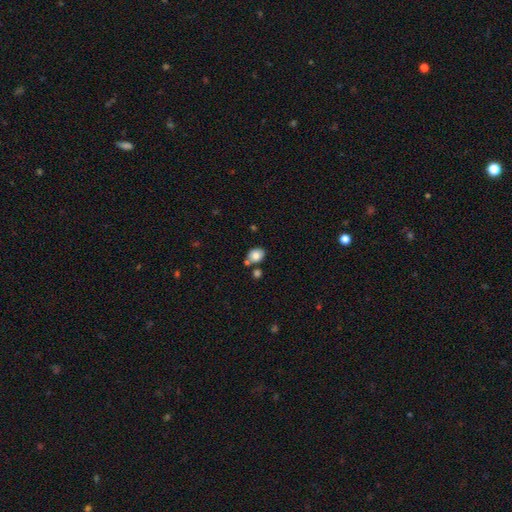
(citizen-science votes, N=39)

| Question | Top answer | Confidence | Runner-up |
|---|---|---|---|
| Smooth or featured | smooth | 82% | featured or disk (18%) |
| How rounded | in between | 72% | round (28%) |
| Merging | none | 77% | merger (13%) |